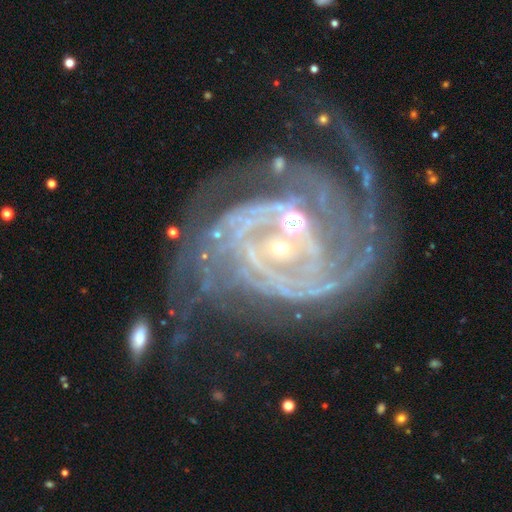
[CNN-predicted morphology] A featured or disk galaxy (90%) with no bar (43%), 2 (27%) tight (55%) spiral arms (97%) and a small central bulge (62%).

Vote fractions:
- Smooth or featured? featured or disk: 90% / star or artifact: 7% / smooth: 3%
- Edge-on disk? no: 98% / yes: 2%
- Bar? no: 43% / weak: 35% / strong: 22%
- Spiral arms? yes: 97% / no: 3%
- Spiral winding? tight: 55% / medium: 36% / loose: 10%
- Spiral arm count? 2: 27% / 3: 22% / can't tell: 19% / 4: 13% / more than 4: 10% / 1: 9%
- Bulge size? small: 62% / moderate: 31% / none: 3% / large: 3% / dominant: 1%
- Merging? none: 45% / major disturbance: 25% / minor disturbance: 19% / merger: 11%